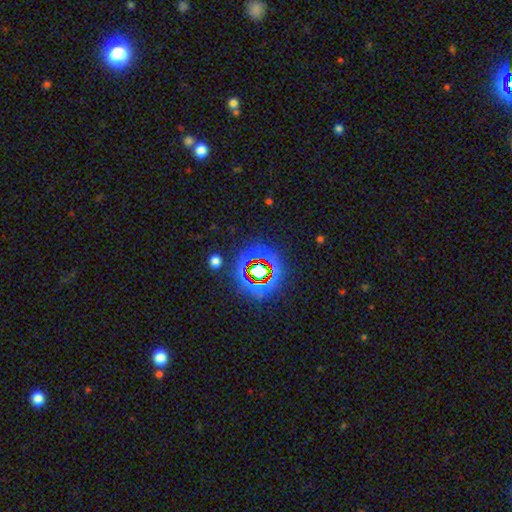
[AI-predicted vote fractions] Smooth or featured: star or artifact — 66% (featured or disk — 19%)